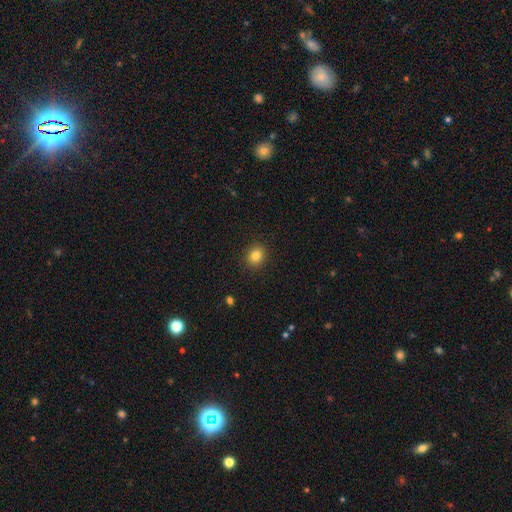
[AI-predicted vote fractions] A smooth galaxy with no disk features (83%) that is round (73%). Merging: none (91%).